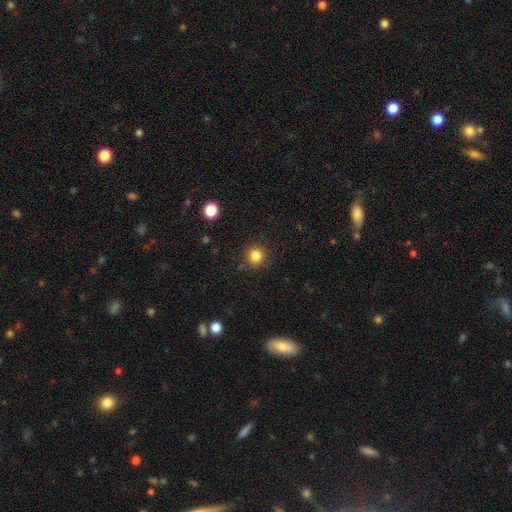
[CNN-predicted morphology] smooth_or_featured: smooth (p=0.83) [alt: star or artifact p=0.12]
how_rounded: round (p=0.94) [alt: in between p=0.05]
merging: none (p=0.88) [alt: minor disturbance p=0.08]